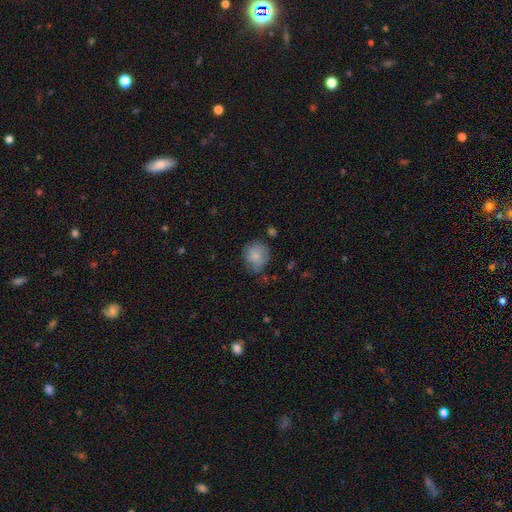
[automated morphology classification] Overall: smooth (82%). How rounded: round (74%). Merging: none (62%; minor disturbance 28%).